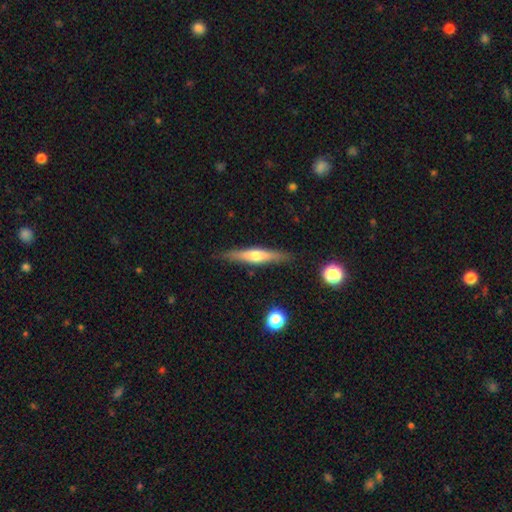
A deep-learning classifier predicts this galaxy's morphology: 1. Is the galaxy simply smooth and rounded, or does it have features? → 56% featured or disk, 38% smooth, 6% star or artifact.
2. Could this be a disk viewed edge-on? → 94% yes, 6% no.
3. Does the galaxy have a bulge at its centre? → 86% rounded, 8% none, 6% boxy.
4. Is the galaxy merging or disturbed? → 88% none, 9% minor disturbance, 2% major disturbance, 1% merger.